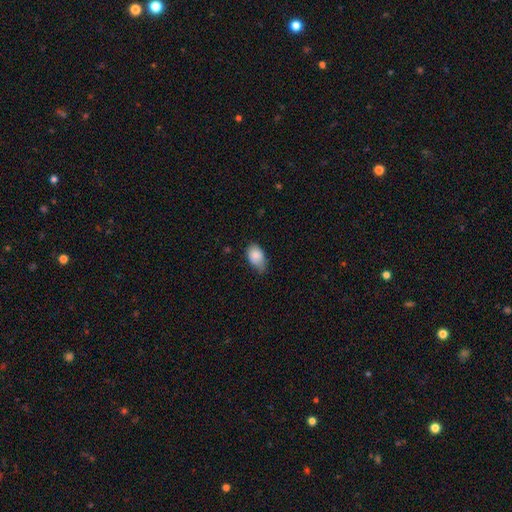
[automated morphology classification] smooth-or-featured: smooth: 85% | featured or disk: 8% | star or artifact: 7%
  how-rounded: in between: 87% | round: 12% | cigar-shaped: 1%
  merging: none: 48% | minor disturbance: 42% | major disturbance: 9% | merger: 2%